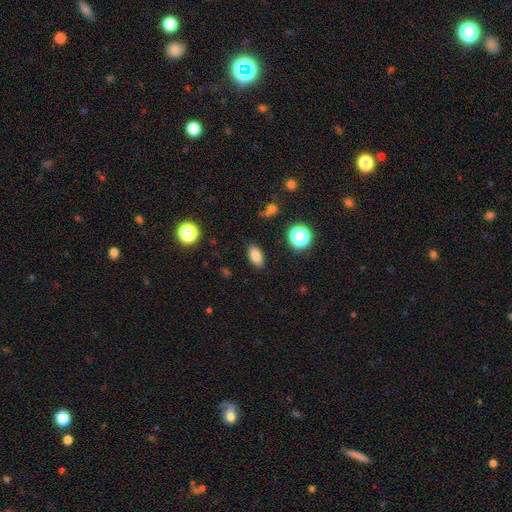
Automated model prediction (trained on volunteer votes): smooth_or_featured: smooth (p=0.83) [alt: star or artifact p=0.11]
how_rounded: in between (p=0.89) [alt: round p=0.08]
merging: none (p=0.87) [alt: minor disturbance p=0.09]